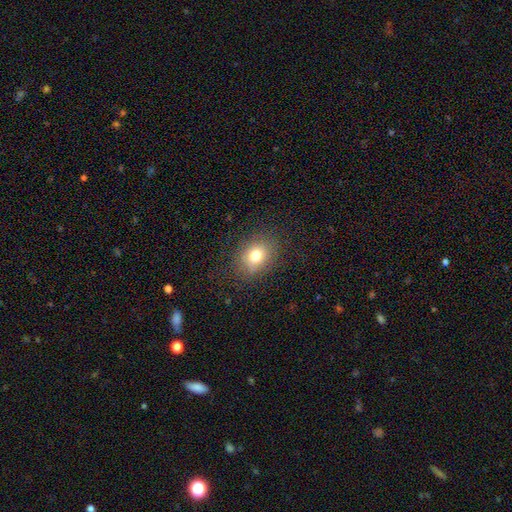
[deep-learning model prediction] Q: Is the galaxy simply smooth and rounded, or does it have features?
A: smooth — 76%.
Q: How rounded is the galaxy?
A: in between — 51%.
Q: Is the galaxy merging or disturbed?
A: none — 82%.